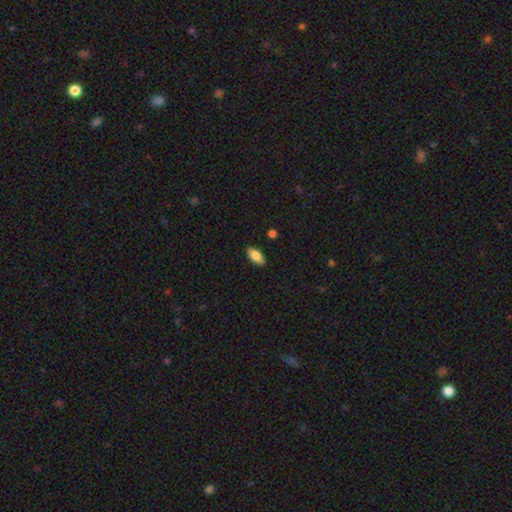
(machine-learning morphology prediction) A smooth galaxy with no disk features (82%) that is in between round and cigar-shaped (92%). Merging: none (88%).